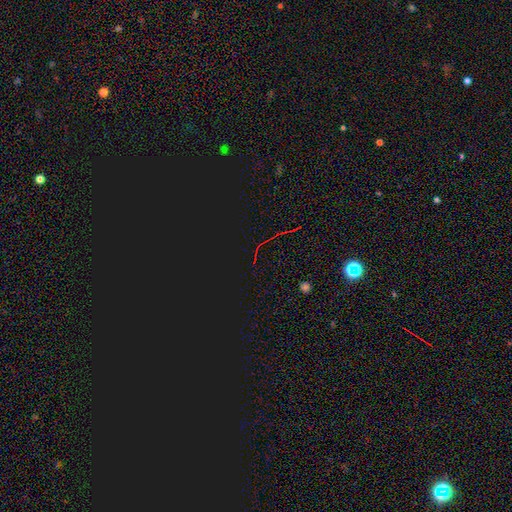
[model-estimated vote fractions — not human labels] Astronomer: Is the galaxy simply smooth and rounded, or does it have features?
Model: star or artifact — 82%.